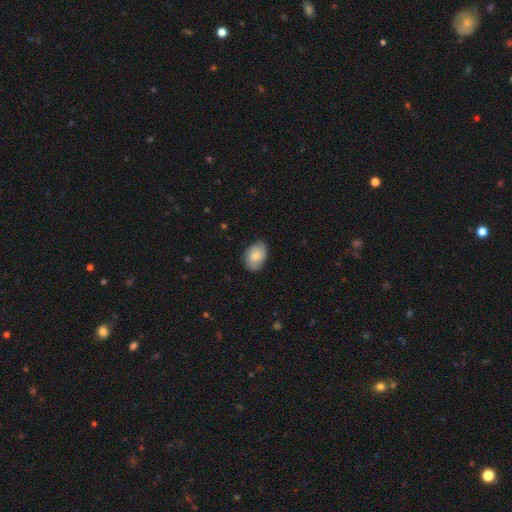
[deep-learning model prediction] Smooth or featured?
  - smooth: 68% *
  - featured or disk: 25%
  - star or artifact: 6%
How rounded?
  - in between: 83% *
  - round: 16%
  - cigar-shaped: 1%
Merging?
  - none: 78% *
  - minor disturbance: 18%
  - major disturbance: 3%
  - merger: 1%